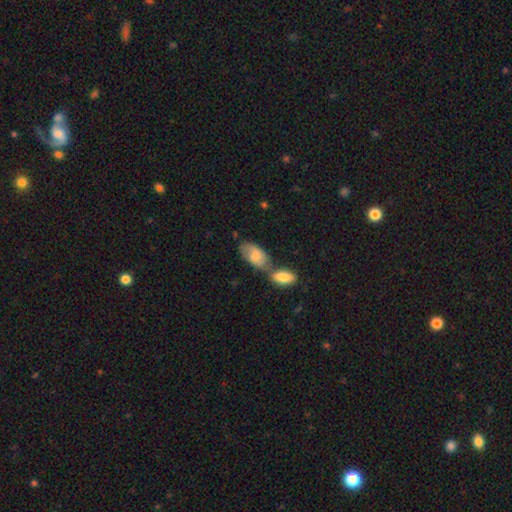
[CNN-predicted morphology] smooth 68%, featured or disk 25%, star or artifact 7%. Down the decision tree: how rounded — in between (92%); merging — merger (46%).